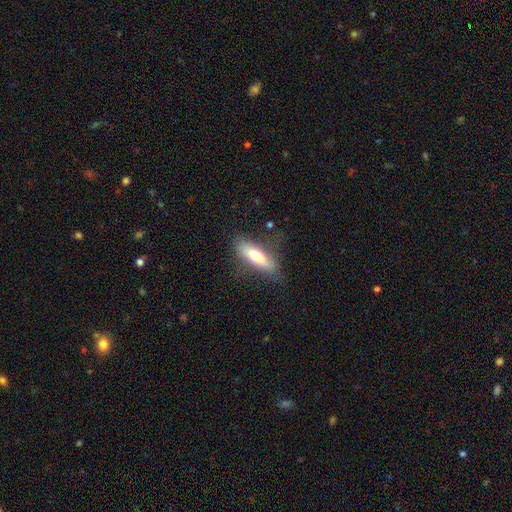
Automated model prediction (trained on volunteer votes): A smooth galaxy with no disk features (67%) that is cigar-shaped (55%). Merging: none (70%).